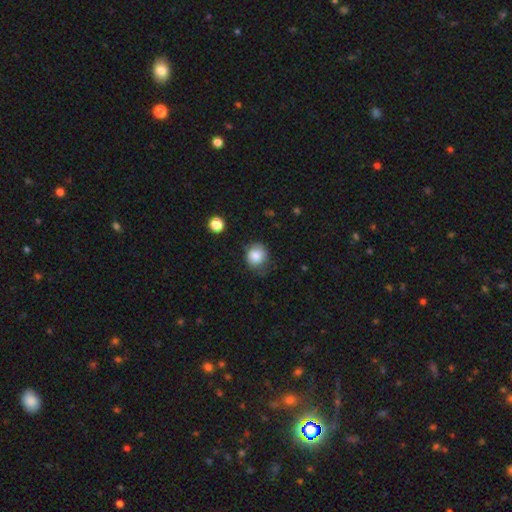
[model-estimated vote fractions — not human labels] smooth_or_featured: smooth (p=0.83) [alt: star or artifact p=0.09]
how_rounded: round (p=0.78) [alt: in between p=0.21]
merging: none (p=0.61) [alt: minor disturbance p=0.28]